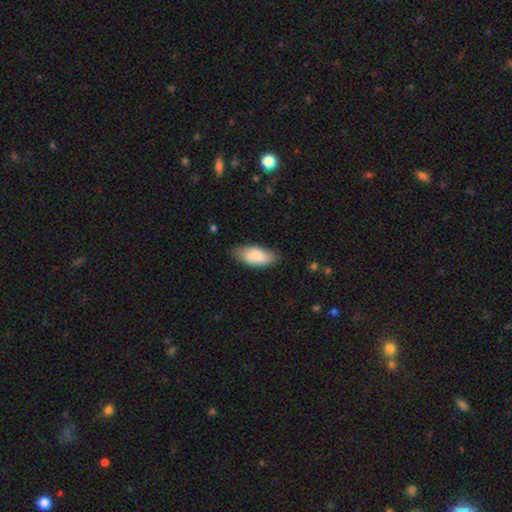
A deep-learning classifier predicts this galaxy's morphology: Smooth or featured?
  - smooth: 83% *
  - featured or disk: 12%
  - star or artifact: 6%
How rounded?
  - in between: 88% *
  - cigar-shaped: 10%
  - round: 2%
Merging?
  - none: 76% *
  - minor disturbance: 19%
  - major disturbance: 3%
  - merger: 1%